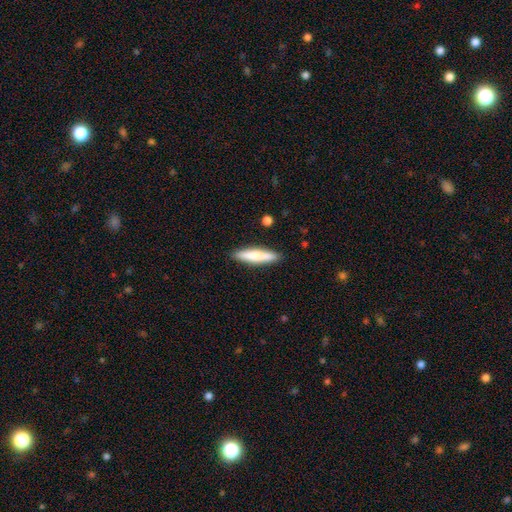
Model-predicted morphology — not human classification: Smooth or featured? smooth (74%)
How rounded? cigar-shaped (85%)
Merging? none (90%)